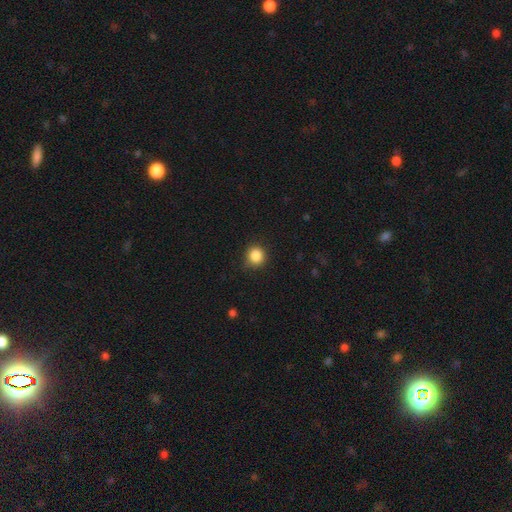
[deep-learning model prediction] Smooth or featured? smooth (86%)
How rounded? round (89%)
Merging? none (82%)